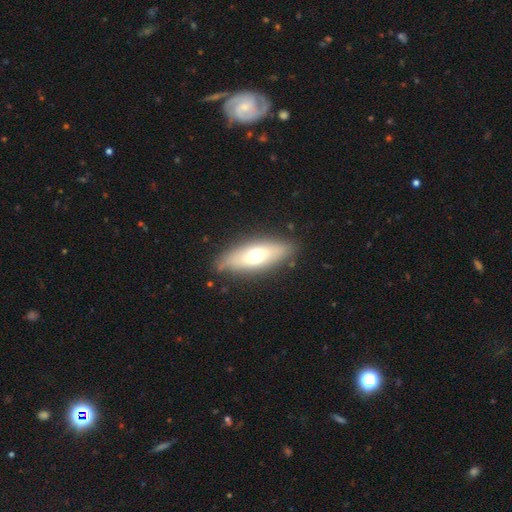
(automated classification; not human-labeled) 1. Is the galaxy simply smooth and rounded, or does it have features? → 56% smooth, 38% featured or disk, 6% star or artifact.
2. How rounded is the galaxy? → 62% in between, 35% cigar-shaped, 2% round.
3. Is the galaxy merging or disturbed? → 83% none, 12% minor disturbance, 3% major disturbance, 2% merger.